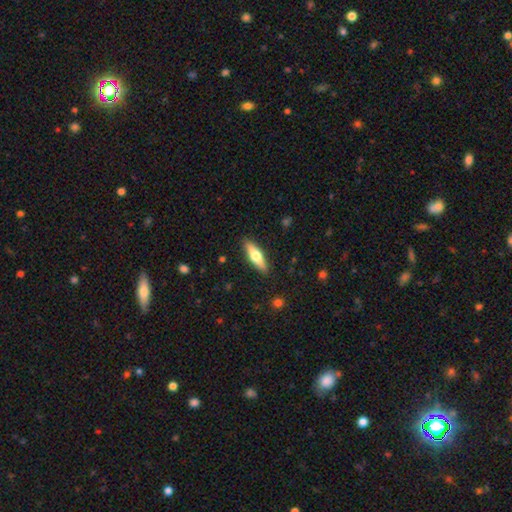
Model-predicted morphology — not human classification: type=smooth (53%); roundness=cigar-shaped (62%); merging=none (89%).